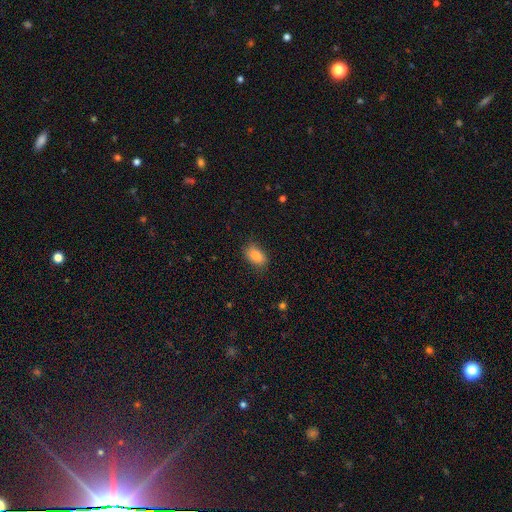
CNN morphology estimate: smooth-or-featured: smooth: 86% | star or artifact: 8% | featured or disk: 6%
  how-rounded: in between: 89% | round: 9% | cigar-shaped: 2%
  merging: none: 84% | minor disturbance: 12% | major disturbance: 3% | merger: 1%